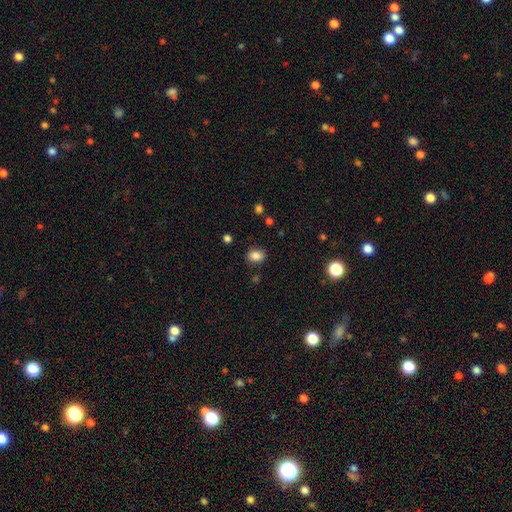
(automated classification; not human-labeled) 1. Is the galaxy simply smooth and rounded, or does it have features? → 85% smooth, 10% star or artifact, 5% featured or disk.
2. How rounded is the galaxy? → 56% in between, 43% round, 1% cigar-shaped.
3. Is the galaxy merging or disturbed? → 83% none, 12% minor disturbance, 3% major disturbance, 2% merger.